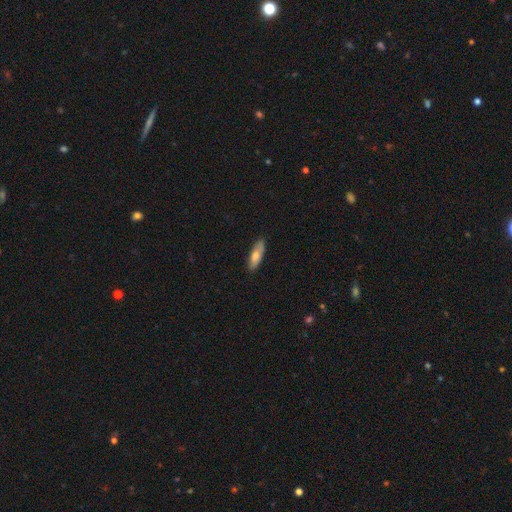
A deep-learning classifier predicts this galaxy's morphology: Smooth or featured? smooth (71%)
How rounded? in between (50%)
Merging? none (86%)